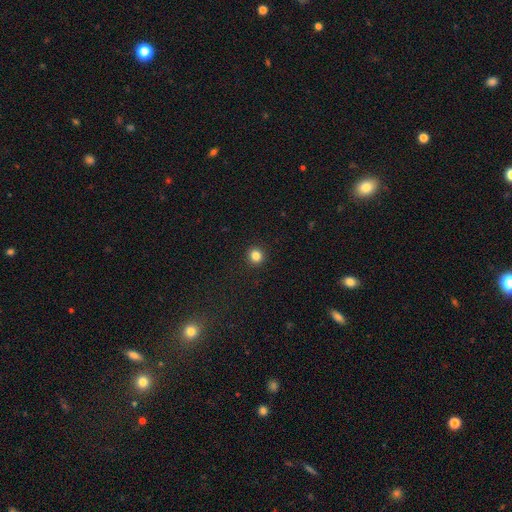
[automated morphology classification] Smooth or featured? Predicted: smooth (p=0.84). How rounded? Predicted: round (p=0.92). Merging? Predicted: none (p=0.93).